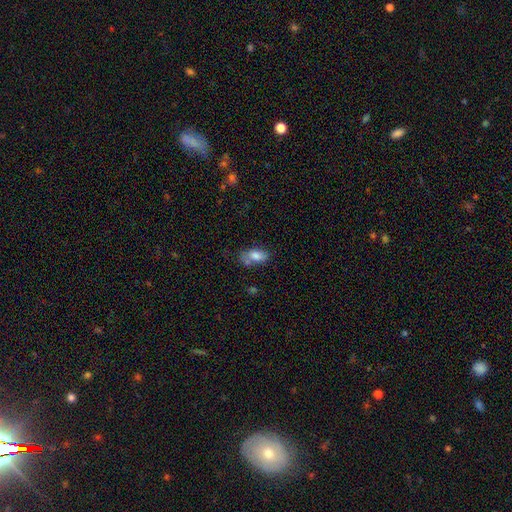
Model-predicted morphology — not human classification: smooth-or-featured: smooth: 77% | featured or disk: 15% | star or artifact: 8%
  how-rounded: in between: 87% | cigar-shaped: 7% | round: 6%
  merging: none: 50% | minor disturbance: 23% | merger: 19% | major disturbance: 8%